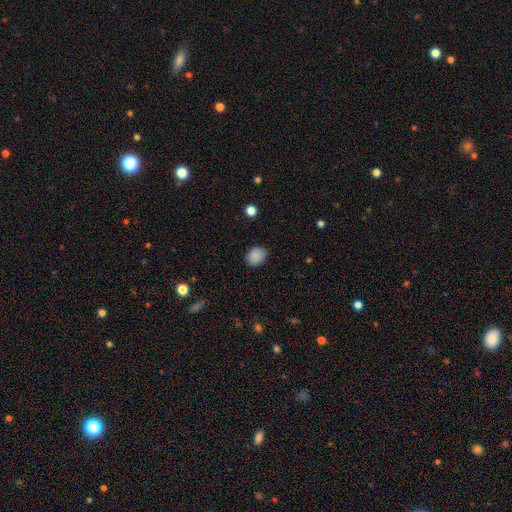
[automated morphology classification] A smooth galaxy with no disk features (88%) that is round (51%).

Vote fractions:
- Smooth or featured? smooth: 88% / star or artifact: 9% / featured or disk: 3%
- How rounded? round: 51% / in between: 49% / cigar-shaped: 1%
- Merging? none: 87% / minor disturbance: 10% / major disturbance: 2% / merger: 1%